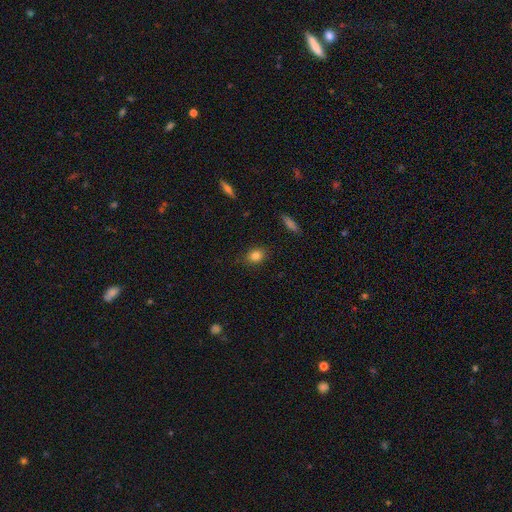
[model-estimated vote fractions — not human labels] smooth-or-featured: smooth: 83% | star or artifact: 11% | featured or disk: 6%
  how-rounded: round: 50% | in between: 48% | cigar-shaped: 2%
  merging: none: 87% | minor disturbance: 9% | major disturbance: 2% | merger: 1%